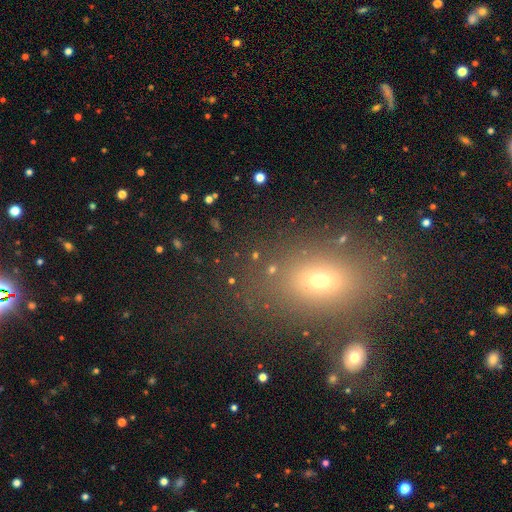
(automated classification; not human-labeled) smooth-or-featured: smooth: 48% | star or artifact: 38% | featured or disk: 14%
  merging: none: 74% | minor disturbance: 11% | merger: 8% | major disturbance: 7%